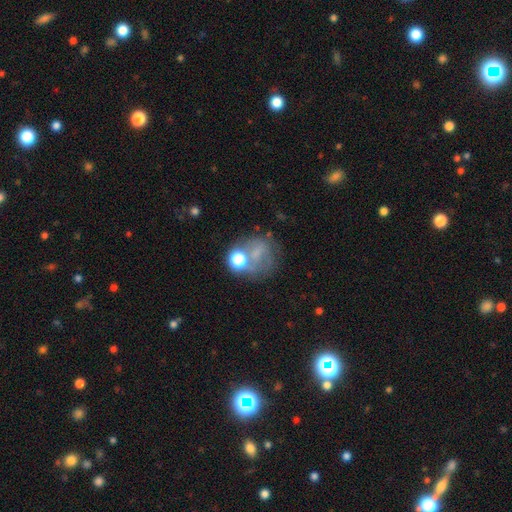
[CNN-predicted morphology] A smooth galaxy with no disk features (43%).

Vote fractions:
- Smooth or featured? smooth: 43% / featured or disk: 34% / star or artifact: 23%
- Merging? none: 42% / major disturbance: 23% / minor disturbance: 19% / merger: 17%